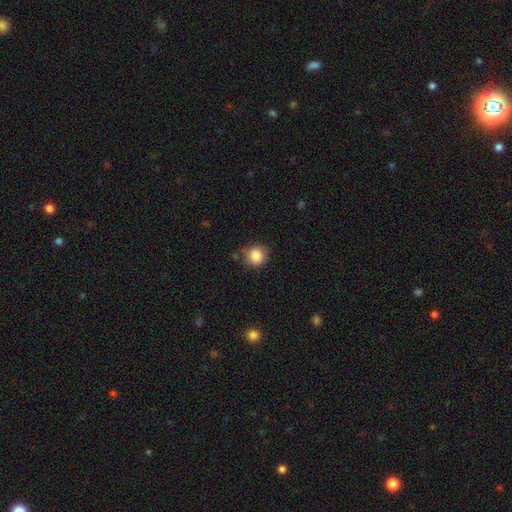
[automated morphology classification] Smooth or featured?
  - smooth: 86% *
  - star or artifact: 10%
  - featured or disk: 4%
How rounded?
  - round: 88% *
  - in between: 11%
  - cigar-shaped: 1%
Merging?
  - none: 79% *
  - minor disturbance: 15%
  - major disturbance: 4%
  - merger: 2%